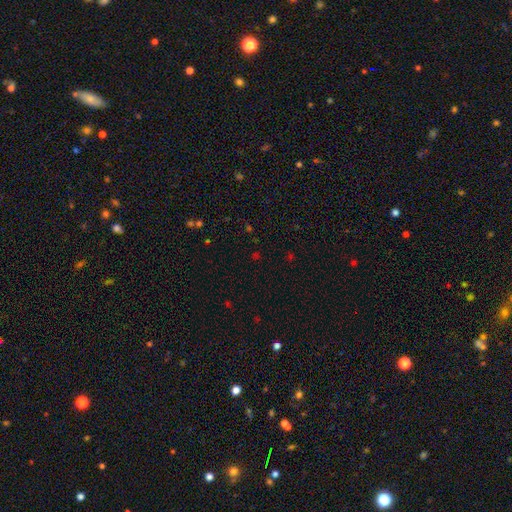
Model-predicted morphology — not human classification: Q: Smooth or featured?
A: star or artifact (59%); runner-up: smooth (33%)